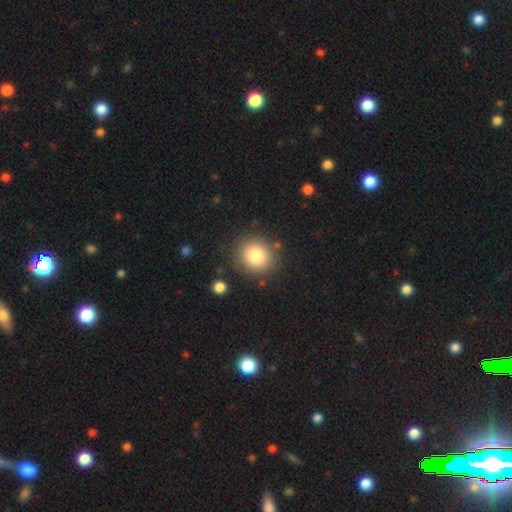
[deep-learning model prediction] Q: Smooth or featured?
A: smooth (82%); runner-up: star or artifact (10%)
Q: How rounded?
A: round (88%); runner-up: in between (11%)
Q: Merging?
A: none (86%); runner-up: minor disturbance (8%)